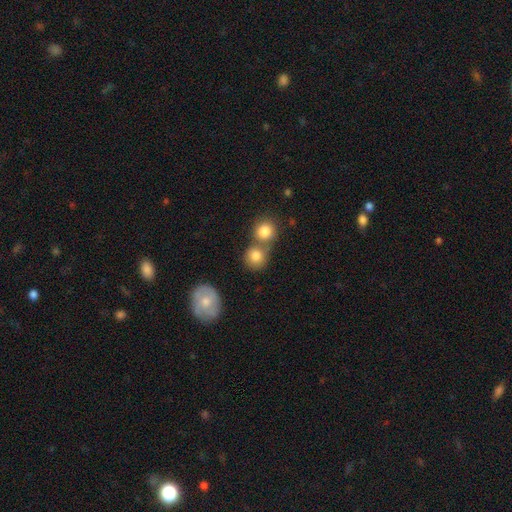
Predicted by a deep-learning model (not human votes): Smooth or featured? smooth (82%)
How rounded? round (84%)
Merging? merger (45%)